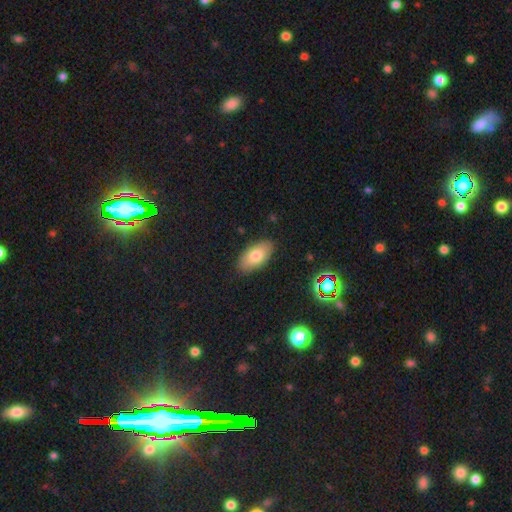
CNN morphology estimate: A smooth galaxy with no disk features (77%) that is in between round and cigar-shaped (93%). Merging: none (87%).